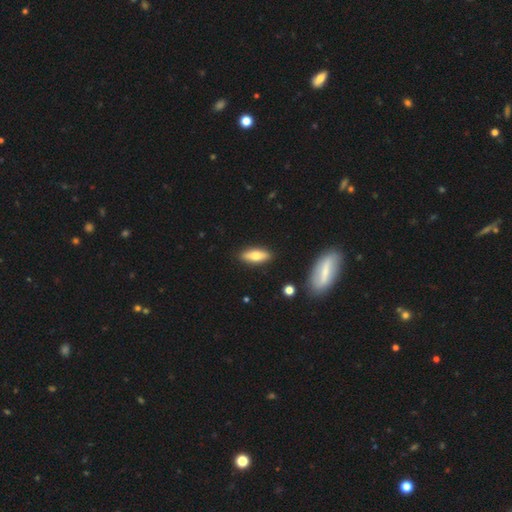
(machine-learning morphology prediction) Smooth or featured? Predicted: smooth (p=0.64). How rounded? Predicted: in between (p=0.58). Merging? Predicted: none (p=0.88).